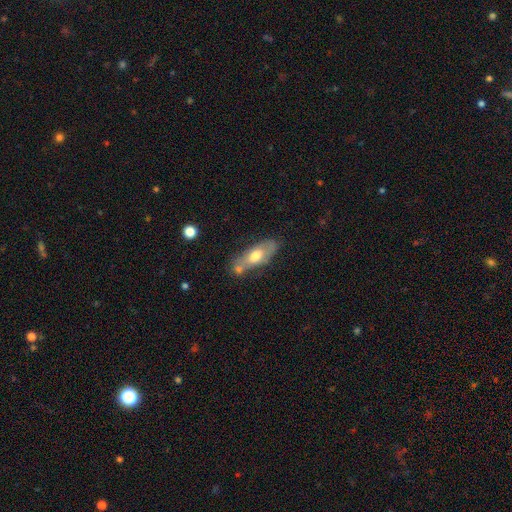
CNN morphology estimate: Smooth or featured? Predicted: smooth (p=0.55). How rounded? Predicted: in between (p=0.69). Merging? Predicted: none (p=0.57).